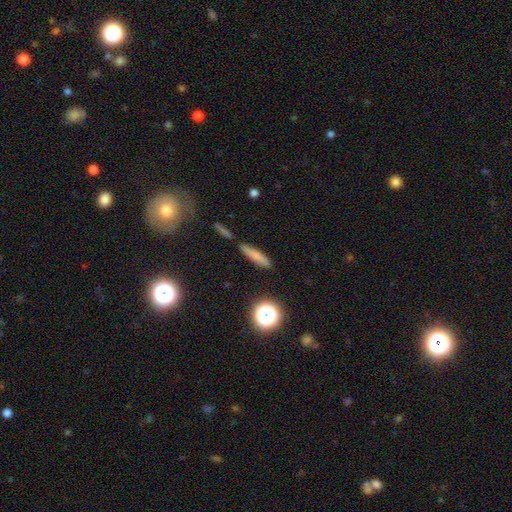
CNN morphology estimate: type=smooth (71%); roundness=cigar-shaped (82%); merging=none (80%).